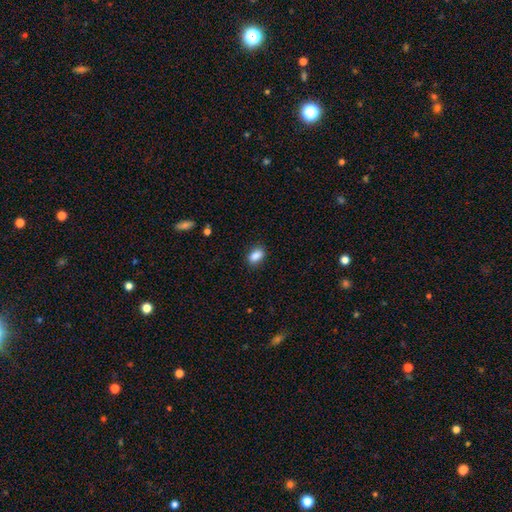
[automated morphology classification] Smooth or featured? smooth (88%)
How rounded? in between (86%)
Merging? none (87%)